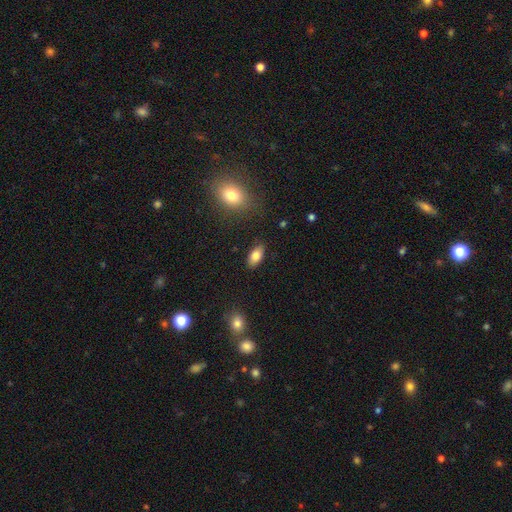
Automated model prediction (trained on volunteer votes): Smooth or featured?
  - smooth: 81% *
  - featured or disk: 11%
  - star or artifact: 8%
How rounded?
  - in between: 91% *
  - cigar-shaped: 5%
  - round: 4%
Merging?
  - none: 87% *
  - minor disturbance: 9%
  - major disturbance: 2%
  - merger: 1%